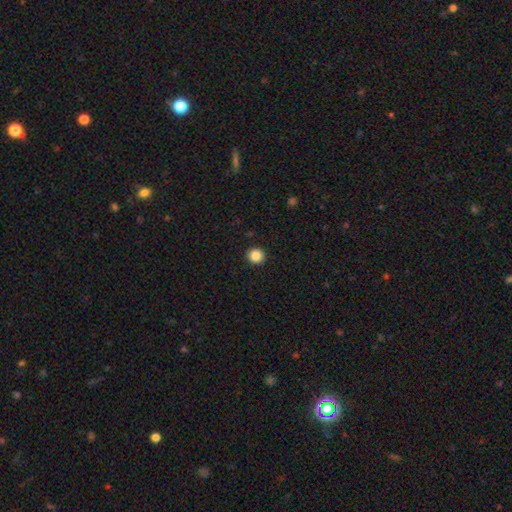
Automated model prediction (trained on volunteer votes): This appears to be a smooth galaxy with no disk features (87%) that is round (92%). Merging: none (93%).